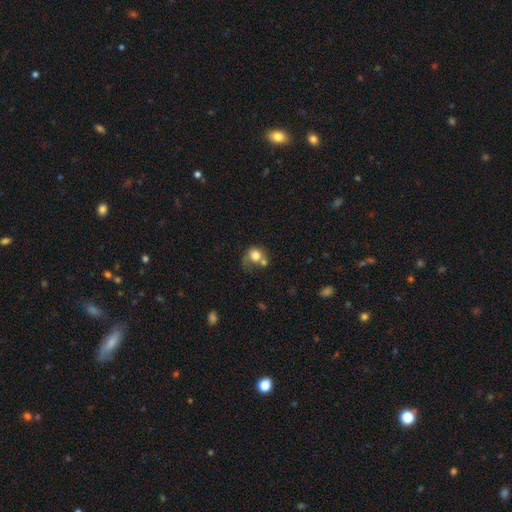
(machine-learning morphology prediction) Overall: smooth (75%). How rounded: round (75%). Merging: none (35%; merger 31%).